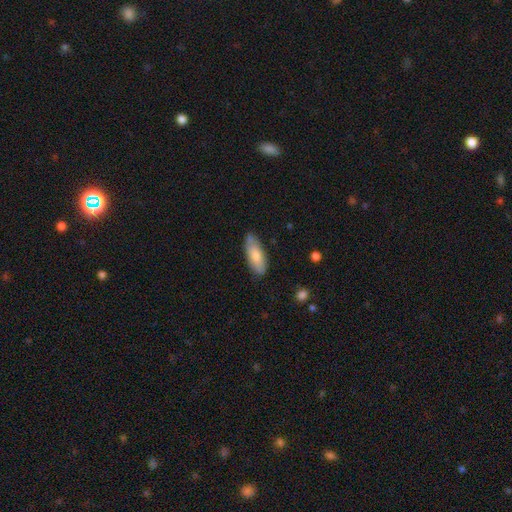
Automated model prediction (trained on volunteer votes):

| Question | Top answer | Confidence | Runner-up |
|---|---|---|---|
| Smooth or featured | smooth | 79% | featured or disk (16%) |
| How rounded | in between | 69% | cigar-shaped (29%) |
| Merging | none | 77% | minor disturbance (18%) |